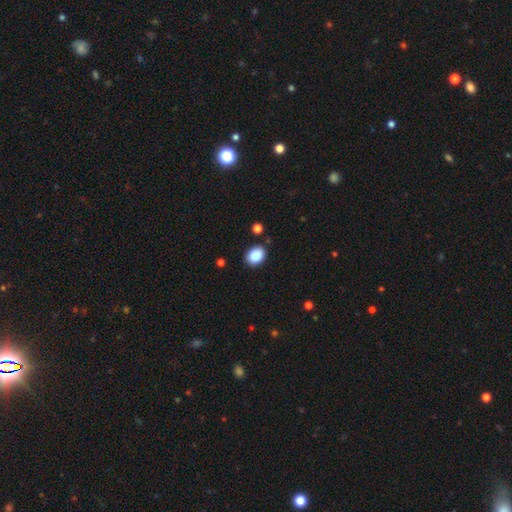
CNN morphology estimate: smooth-or-featured: smooth: 89% | star or artifact: 8% | featured or disk: 3%
  how-rounded: in between: 66% | round: 33% | cigar-shaped: 1%
  merging: none: 83% | minor disturbance: 11% | major disturbance: 3% | merger: 2%